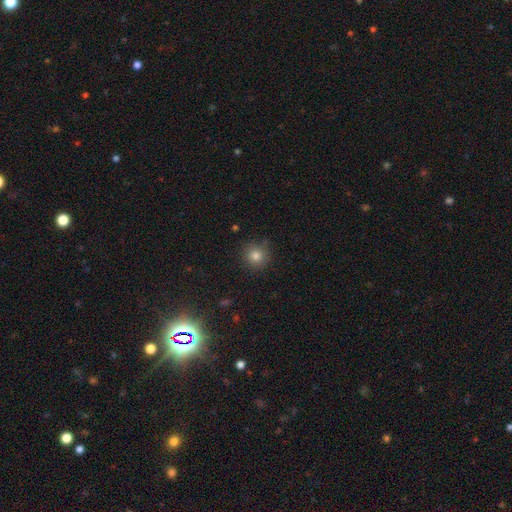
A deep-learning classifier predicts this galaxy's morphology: Smooth or featured? Predicted: smooth (p=0.82). How rounded? Predicted: round (p=0.93). Merging? Predicted: none (p=0.85).